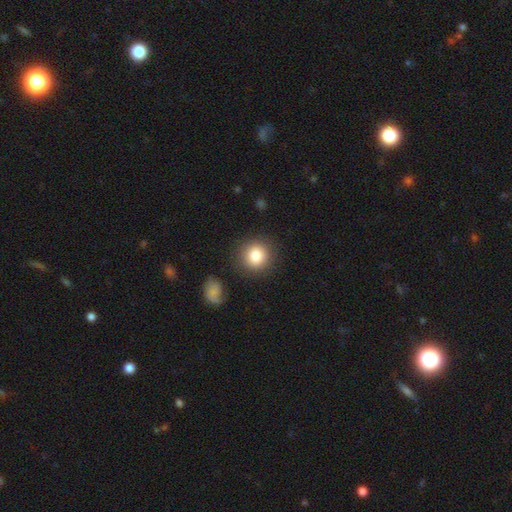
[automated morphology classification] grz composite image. It shows a smooth galaxy with no disk features (83%) that is round (90%). Merging: none (87%).